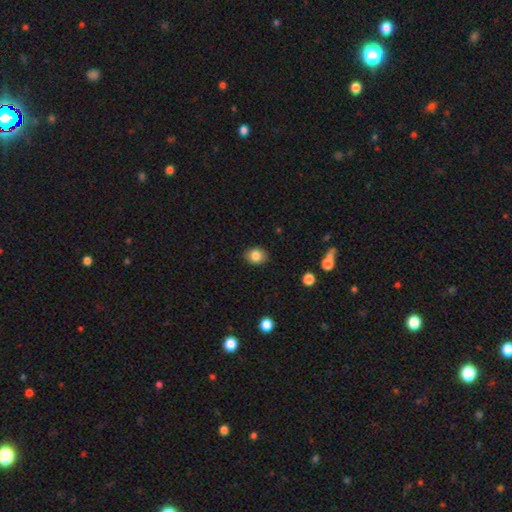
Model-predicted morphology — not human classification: smooth_or_featured: smooth (p=0.83) [alt: star or artifact p=0.10]
how_rounded: round (p=0.53) [alt: in between p=0.46]
merging: none (p=0.87) [alt: minor disturbance p=0.10]